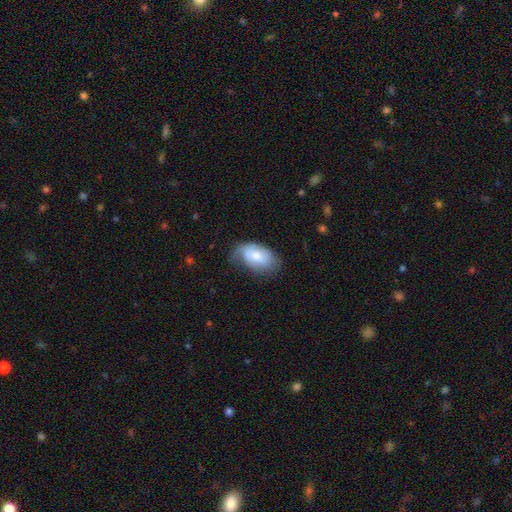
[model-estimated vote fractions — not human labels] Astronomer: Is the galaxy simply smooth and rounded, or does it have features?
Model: smooth — 60%.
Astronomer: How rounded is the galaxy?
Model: in between — 90%.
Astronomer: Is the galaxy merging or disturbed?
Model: none — 43% (runner-up: minor disturbance, 35%).